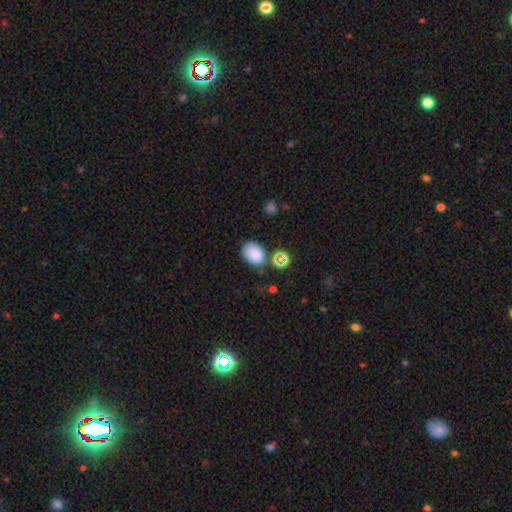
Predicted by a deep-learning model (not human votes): smooth_or_featured: smooth (p=0.83) [alt: star or artifact p=0.12]
how_rounded: in between (p=0.77) [alt: round p=0.22]
merging: none (p=0.75) [alt: minor disturbance p=0.16]